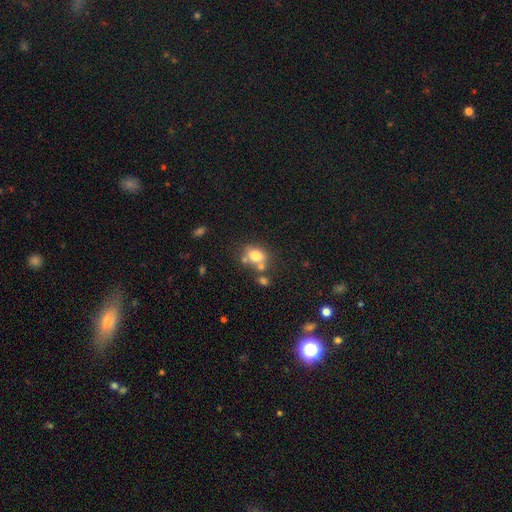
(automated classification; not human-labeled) Smooth or featured? Predicted: smooth (p=0.74). How rounded? Predicted: in between (p=0.52). Merging? Predicted: none (p=0.53).